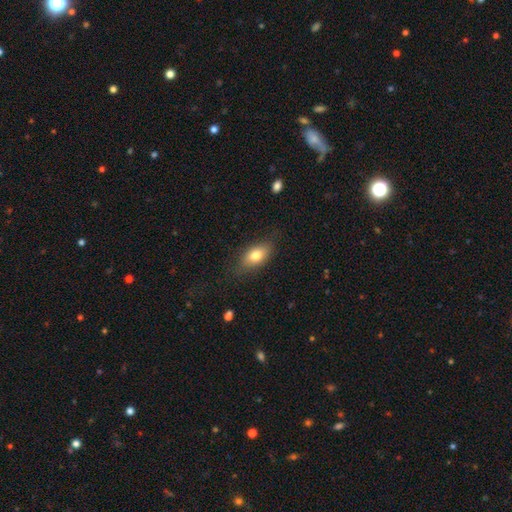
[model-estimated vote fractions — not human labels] This appears to be a smooth galaxy with no disk features (77%) that is in between round and cigar-shaped (86%). Merging: none (78%).